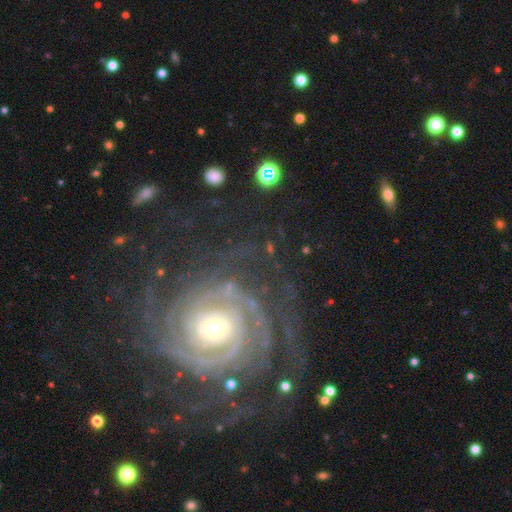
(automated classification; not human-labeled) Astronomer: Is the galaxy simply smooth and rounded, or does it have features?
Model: featured or disk — 89%.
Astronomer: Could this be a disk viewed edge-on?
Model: no — 97%.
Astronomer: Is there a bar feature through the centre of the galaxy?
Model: no — 48% (runner-up: weak, 33%).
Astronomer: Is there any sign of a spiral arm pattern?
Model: yes — 98%.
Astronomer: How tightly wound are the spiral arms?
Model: tight — 79%.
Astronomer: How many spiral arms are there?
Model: can't tell — 24% (runner-up: 2, 20%).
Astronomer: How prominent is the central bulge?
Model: moderate — 52% (runner-up: small, 39%).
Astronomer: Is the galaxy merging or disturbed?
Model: none — 75%.